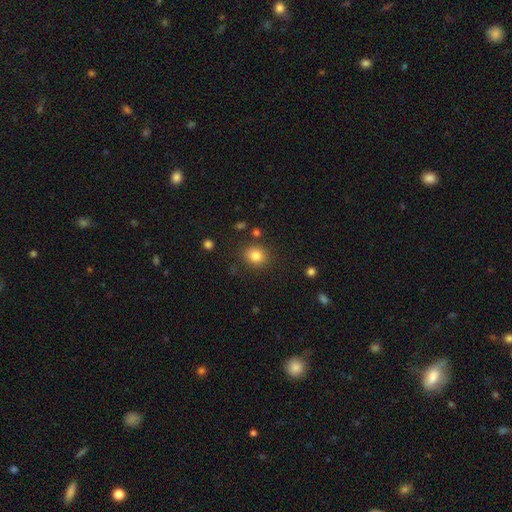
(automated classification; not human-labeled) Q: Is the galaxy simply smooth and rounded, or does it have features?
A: smooth — 82%.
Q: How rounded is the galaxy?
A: round — 74%.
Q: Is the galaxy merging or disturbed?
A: none — 85%.